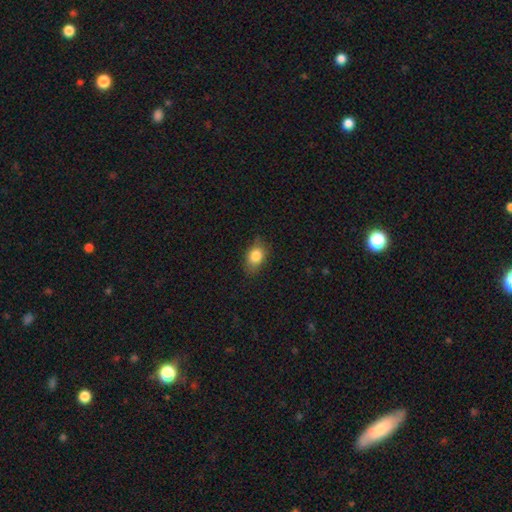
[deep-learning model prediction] A smooth galaxy with no disk features (83%) that is in between round and cigar-shaped (76%).

Vote fractions:
- Smooth or featured? smooth: 83% / star or artifact: 8% / featured or disk: 8%
- How rounded? in between: 76% / round: 22% / cigar-shaped: 2%
- Merging? none: 75% / minor disturbance: 20% / major disturbance: 4% / merger: 1%